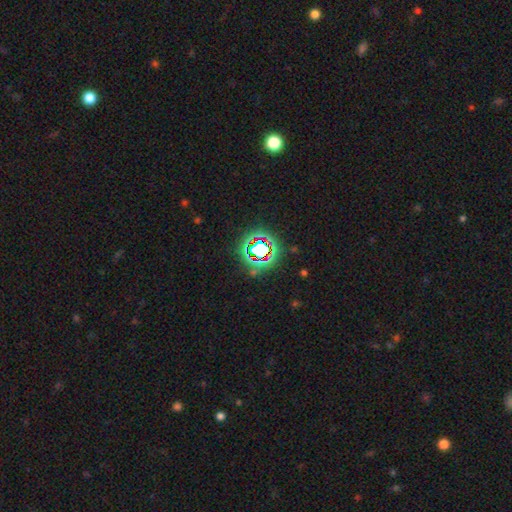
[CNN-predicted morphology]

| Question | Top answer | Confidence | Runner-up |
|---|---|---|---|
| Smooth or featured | star or artifact | 70% | smooth (19%) |